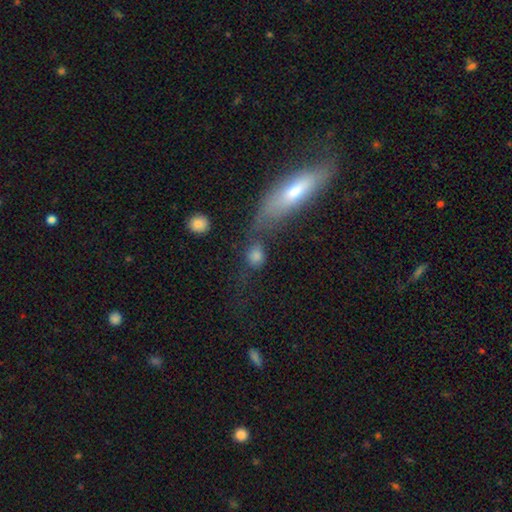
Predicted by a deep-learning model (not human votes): This appears to be a smooth galaxy with no disk features (76%) that is round (48%). Merging: none (50%).